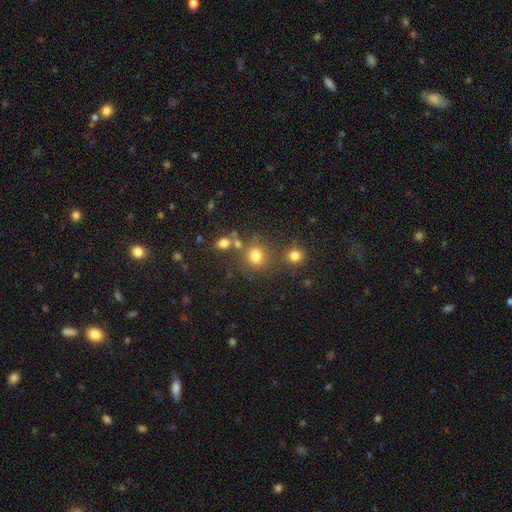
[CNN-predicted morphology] Q: Smooth or featured?
A: smooth (75%); runner-up: star or artifact (17%)
Q: How rounded?
A: round (82%); runner-up: in between (17%)
Q: Merging?
A: none (67%); runner-up: merger (17%)